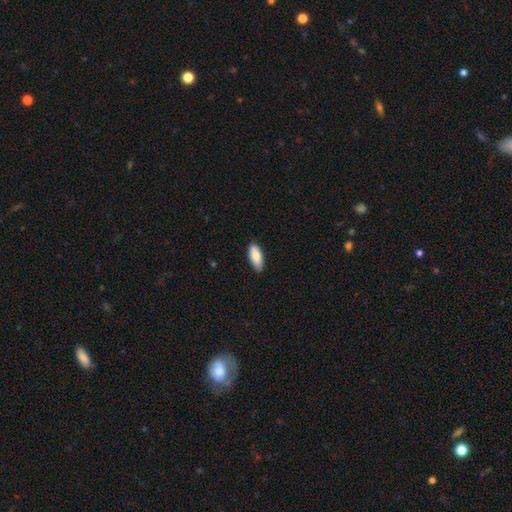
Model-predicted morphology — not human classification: Smooth or featured: smooth — 82% (featured or disk — 12%)
How rounded: in between — 84% (cigar-shaped — 14%)
Merging: none — 85% (minor disturbance — 12%)